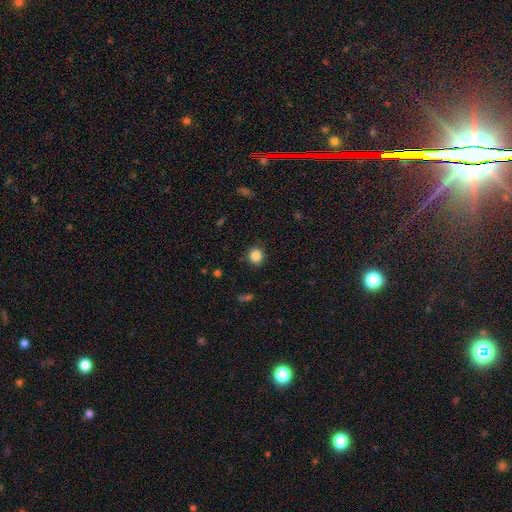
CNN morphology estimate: A smooth galaxy with no disk features (86%) that is round (85%). Merging: none (87%).